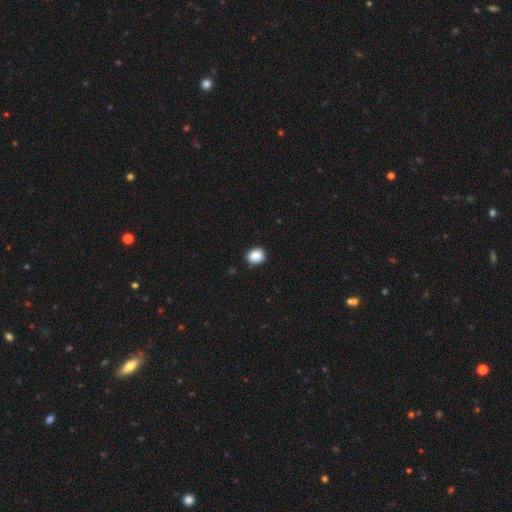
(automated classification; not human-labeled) A smooth galaxy with no disk features (88%) that is round (73%).

Vote fractions:
- Smooth or featured? smooth: 88% / star or artifact: 9% / featured or disk: 4%
- How rounded? round: 73% / in between: 26% / cigar-shaped: 1%
- Merging? none: 85% / minor disturbance: 12% / major disturbance: 2% / merger: 1%